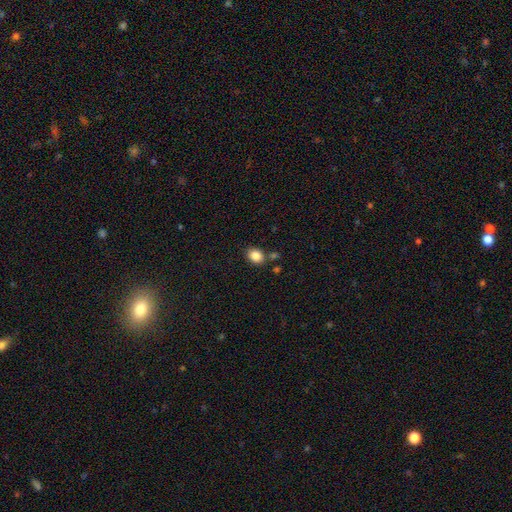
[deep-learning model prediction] Smooth or featured: smooth — 86% (star or artifact — 9%)
How rounded: in between — 58% (round — 41%)
Merging: none — 77% (minor disturbance — 11%)